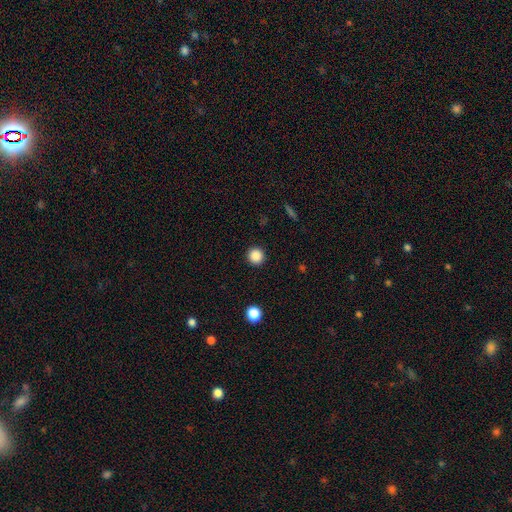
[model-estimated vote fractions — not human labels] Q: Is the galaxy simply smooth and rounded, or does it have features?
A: smooth — 87%.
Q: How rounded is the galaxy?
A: round — 95%.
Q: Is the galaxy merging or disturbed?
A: none — 92%.